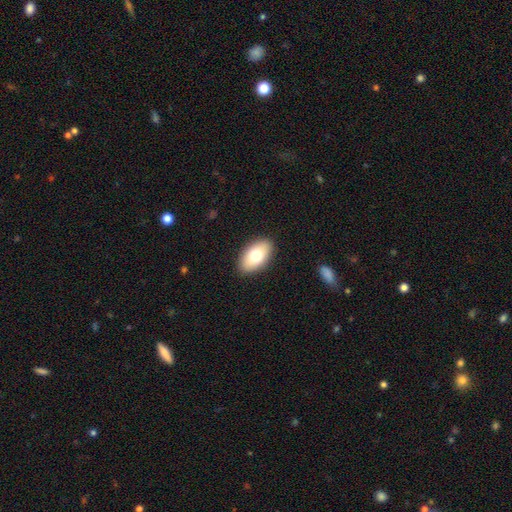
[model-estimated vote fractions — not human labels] smooth_or_featured: smooth (p=0.75) [alt: featured or disk p=0.18]
how_rounded: in between (p=0.94) [alt: round p=0.04]
merging: none (p=0.89) [alt: minor disturbance p=0.08]